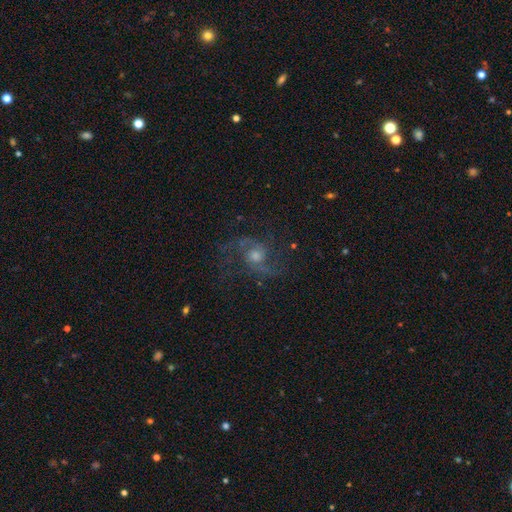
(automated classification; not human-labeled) smooth-or-featured: featured or disk: 80% | star or artifact: 11% | smooth: 9%
  disk-edge-on: no: 97% | yes: 3%
    bar: no: 64% | weak: 30% | strong: 6%
    has-spiral-arms: yes: 95% | no: 5%
      spiral-winding: loose: 46% | medium: 45% | tight: 9%
      spiral-arm-count: 2: 84% | can't tell: 5% | 3: 5% | 1: 2% | 4: 2% | more than 4: 2%
    bulge-size: moderate: 57% | small: 25% | large: 12% | none: 4% | dominant: 2%
  merging: none: 70% | minor disturbance: 15% | major disturbance: 14% | merger: 2%